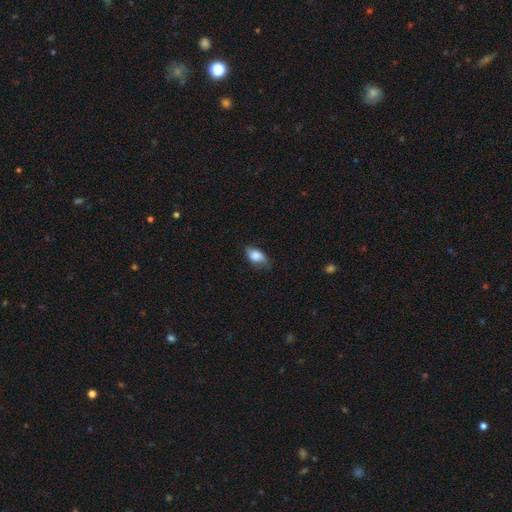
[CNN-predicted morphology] Smooth or featured?
  - smooth: 78% *
  - featured or disk: 14%
  - star or artifact: 8%
How rounded?
  - in between: 88% *
  - round: 8%
  - cigar-shaped: 4%
Merging?
  - none: 64% *
  - minor disturbance: 27%
  - major disturbance: 7%
  - merger: 1%